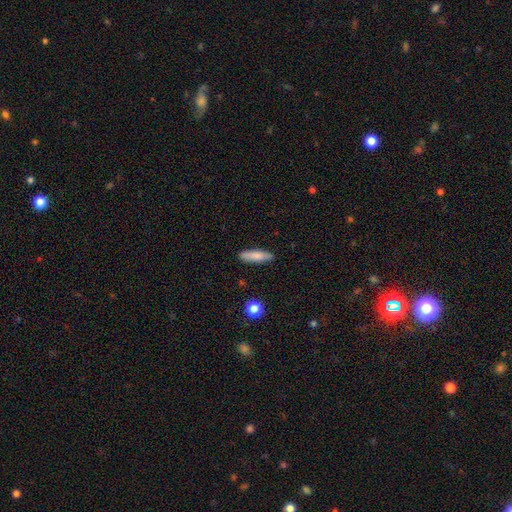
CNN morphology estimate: Smooth or featured? smooth (81%)
How rounded? cigar-shaped (67%)
Merging? none (86%)